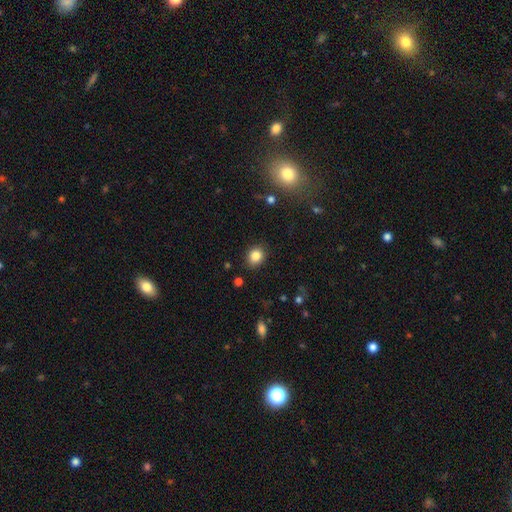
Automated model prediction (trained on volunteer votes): A smooth galaxy with no disk features (84%) that is round (64%).

Vote fractions:
- Smooth or featured? smooth: 84% / star or artifact: 11% / featured or disk: 5%
- How rounded? round: 64% / in between: 35% / cigar-shaped: 1%
- Merging? none: 85% / minor disturbance: 11% / major disturbance: 3% / merger: 1%